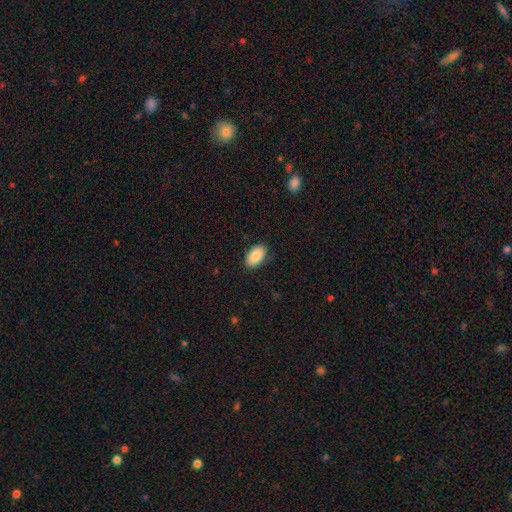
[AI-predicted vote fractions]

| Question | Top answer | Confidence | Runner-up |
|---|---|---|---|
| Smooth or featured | smooth | 88% | star or artifact (6%) |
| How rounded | in between | 94% | round (5%) |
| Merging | none | 87% | minor disturbance (10%) |